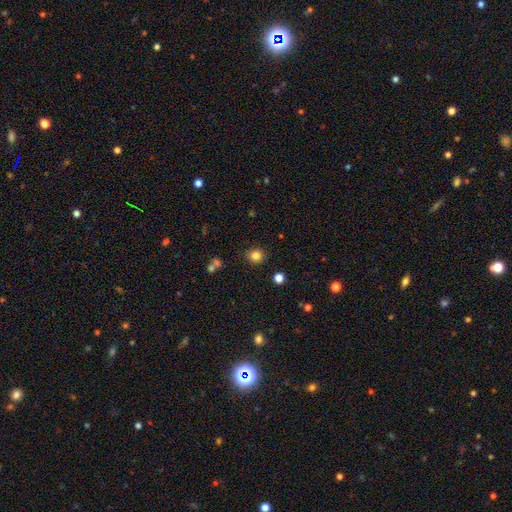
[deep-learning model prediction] The model was most divided on "smooth or featured": smooth: 82%, star or artifact: 13%, featured or disk: 5%. More confident: how rounded — round (89%); merging — none (88%).